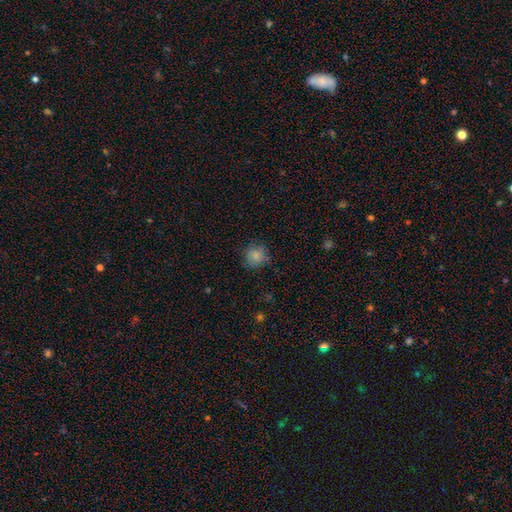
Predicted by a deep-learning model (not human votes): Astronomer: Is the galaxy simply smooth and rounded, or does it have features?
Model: smooth — 83%.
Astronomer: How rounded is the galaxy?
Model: round — 85%.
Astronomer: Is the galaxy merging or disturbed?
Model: none — 80%.